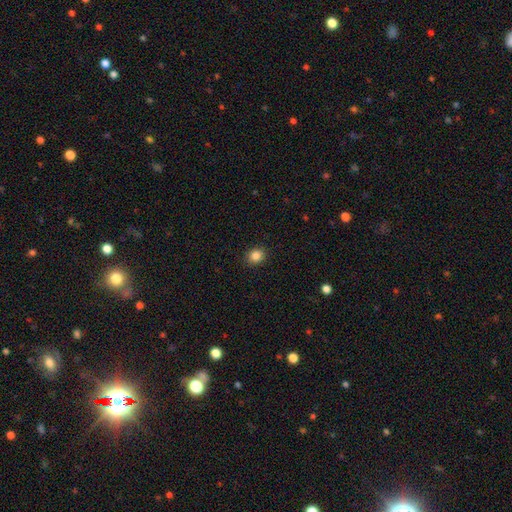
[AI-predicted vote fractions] This appears to be a smooth galaxy with no disk features (85%) that is round (74%). Merging: none (90%).